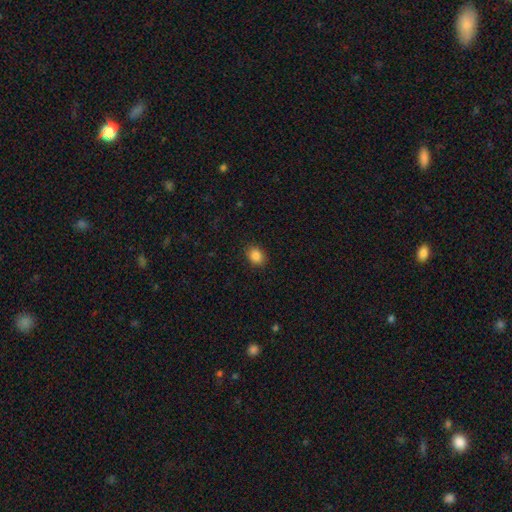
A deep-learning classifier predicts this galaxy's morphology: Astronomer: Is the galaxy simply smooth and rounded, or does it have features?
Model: smooth — 87%.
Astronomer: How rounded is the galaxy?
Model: in between — 57% (runner-up: round, 42%).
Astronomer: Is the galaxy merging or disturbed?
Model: none — 87%.